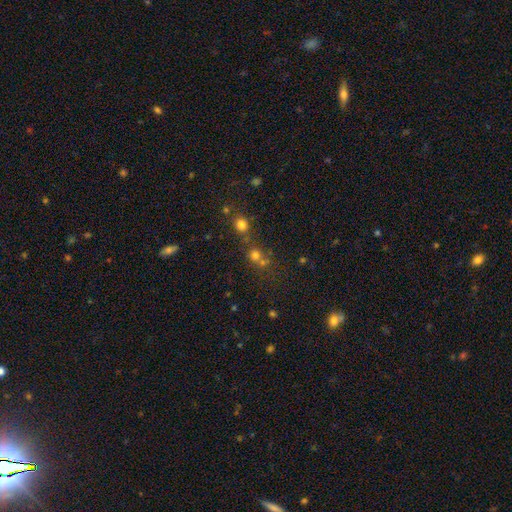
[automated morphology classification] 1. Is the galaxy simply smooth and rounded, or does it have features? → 63% smooth, 25% star or artifact, 12% featured or disk.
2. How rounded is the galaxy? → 85% round, 13% in between, 2% cigar-shaped.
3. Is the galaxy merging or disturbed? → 48% none, 39% merger, 8% minor disturbance, 5% major disturbance.